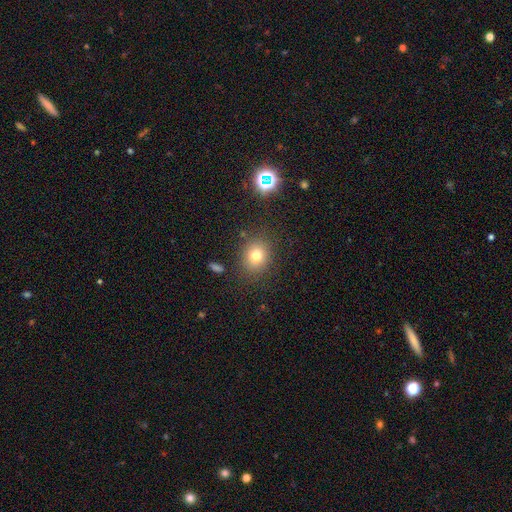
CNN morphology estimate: smooth_or_featured: smooth (p=0.76) [alt: star or artifact p=0.15]
how_rounded: round (p=0.66) [alt: in between p=0.33]
merging: none (p=0.83) [alt: minor disturbance p=0.10]